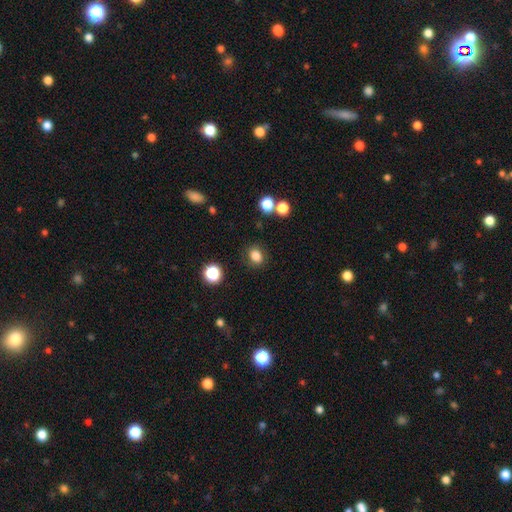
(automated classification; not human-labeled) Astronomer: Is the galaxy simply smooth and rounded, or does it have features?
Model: smooth — 83%.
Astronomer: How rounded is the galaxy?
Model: round — 52% (runner-up: in between, 47%).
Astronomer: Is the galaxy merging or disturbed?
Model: none — 85%.